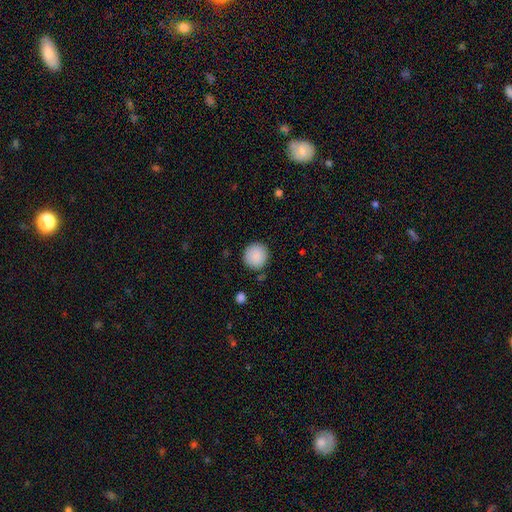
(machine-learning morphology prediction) smooth-or-featured: smooth: 89% | star or artifact: 8% | featured or disk: 4%
  how-rounded: round: 93% | in between: 6% | cigar-shaped: 1%
  merging: none: 87% | minor disturbance: 8% | major disturbance: 2% | merger: 2%